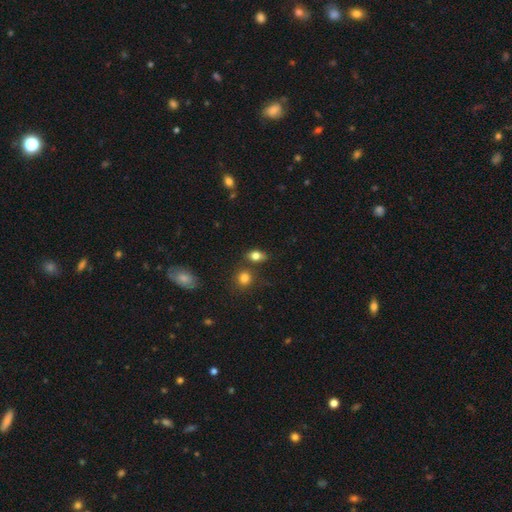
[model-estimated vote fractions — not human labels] smooth-or-featured: smooth: 79% | star or artifact: 11% | featured or disk: 10%
  how-rounded: in between: 74% | round: 22% | cigar-shaped: 3%
  merging: none: 69% | minor disturbance: 14% | merger: 12% | major disturbance: 4%